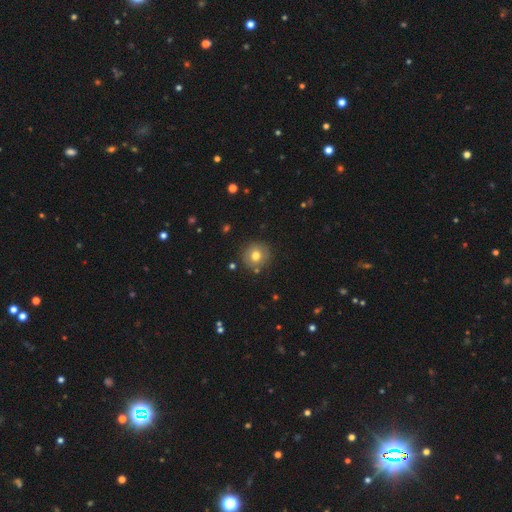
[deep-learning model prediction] This is likely a smooth galaxy (74%). How rounded: clearly round (93%). Merging: clearly none (87%).